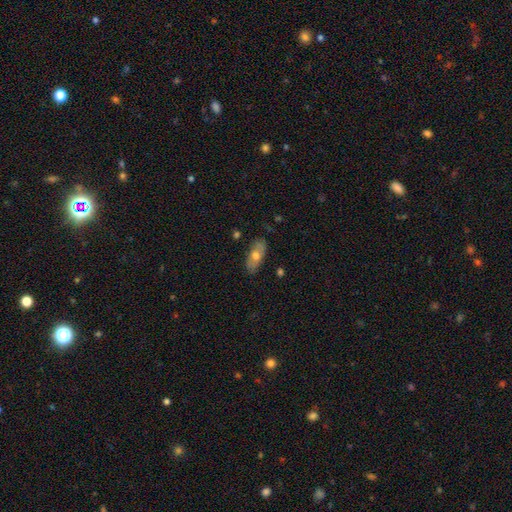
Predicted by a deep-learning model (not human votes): This is likely a smooth galaxy (60%). How rounded: clearly in between (84%). Merging: clearly none (81%).